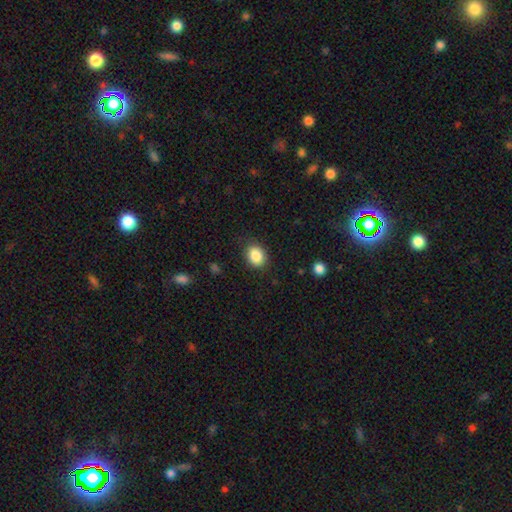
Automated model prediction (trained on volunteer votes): Q: Smooth or featured?
A: smooth (87%); runner-up: star or artifact (9%)
Q: How rounded?
A: in between (52%); runner-up: round (47%)
Q: Merging?
A: none (85%); runner-up: minor disturbance (11%)